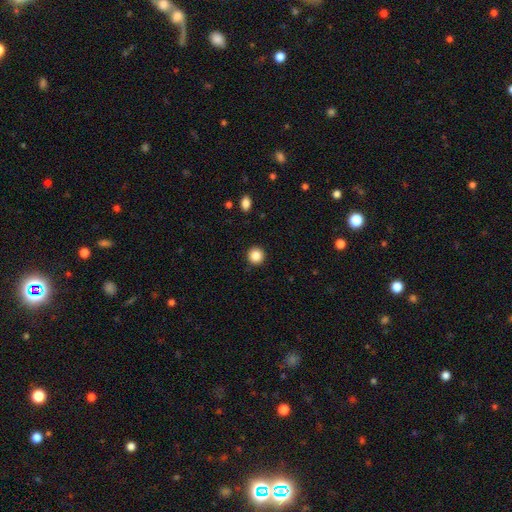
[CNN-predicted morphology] smooth 86%, star or artifact 10%, featured or disk 4%. Down the decision tree: how rounded — round (95%); merging — none (92%).